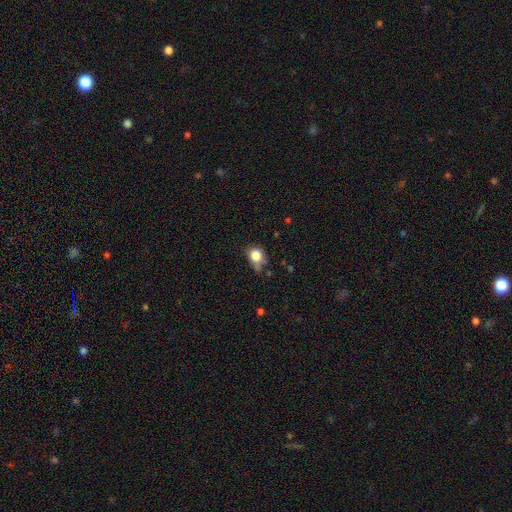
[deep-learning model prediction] Smooth or featured? Predicted: smooth (p=0.81). How rounded? Predicted: round (p=0.65). Merging? Predicted: none (p=0.43).